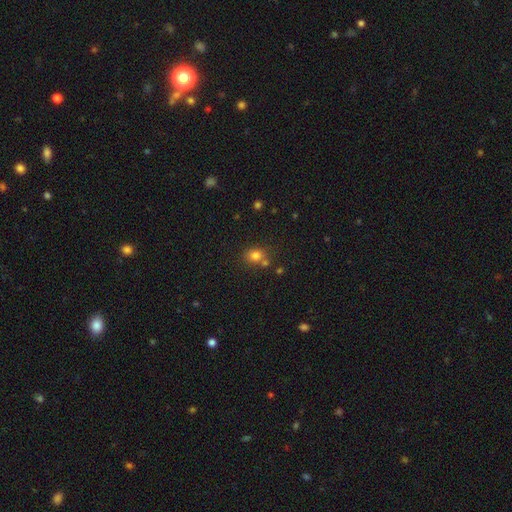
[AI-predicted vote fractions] smooth 78%, star or artifact 14%, featured or disk 8%. Down the decision tree: how rounded — round (63%); merging — none (62%).